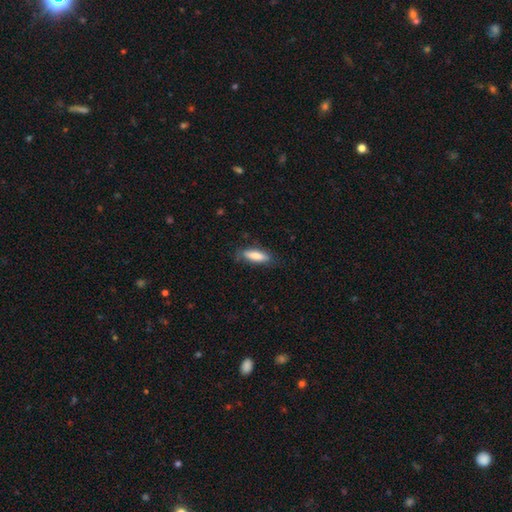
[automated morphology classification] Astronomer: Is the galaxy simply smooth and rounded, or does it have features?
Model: smooth — 79%.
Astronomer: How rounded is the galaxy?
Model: cigar-shaped — 52% (runner-up: in between, 46%).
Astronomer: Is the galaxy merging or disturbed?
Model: none — 77%.